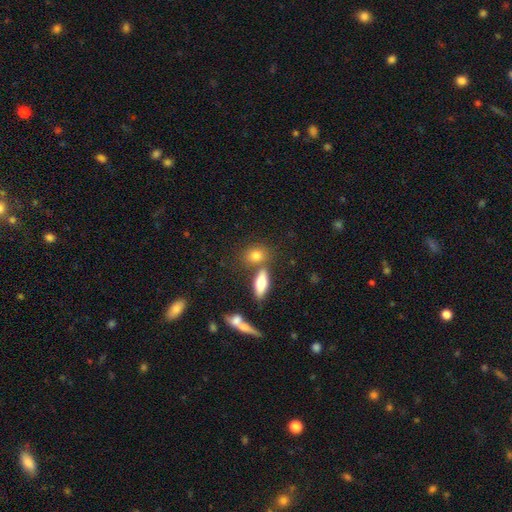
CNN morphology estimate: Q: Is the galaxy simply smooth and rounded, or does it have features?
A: smooth — 80%.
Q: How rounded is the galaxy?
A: in between — 59%.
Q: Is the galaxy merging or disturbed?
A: none — 58%.